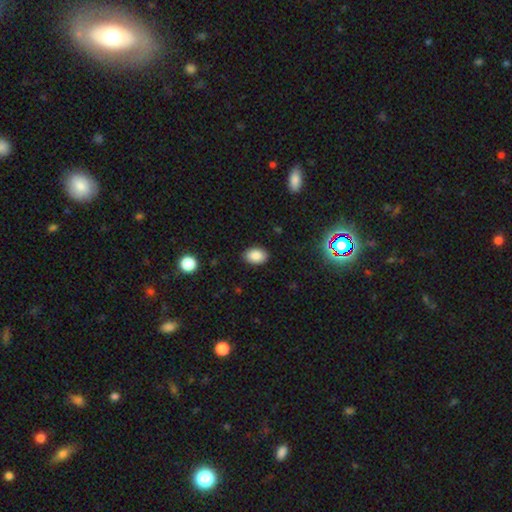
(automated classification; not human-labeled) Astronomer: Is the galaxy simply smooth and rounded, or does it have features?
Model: smooth — 86%.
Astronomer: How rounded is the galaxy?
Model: in between — 85%.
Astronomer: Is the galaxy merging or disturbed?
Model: none — 87%.